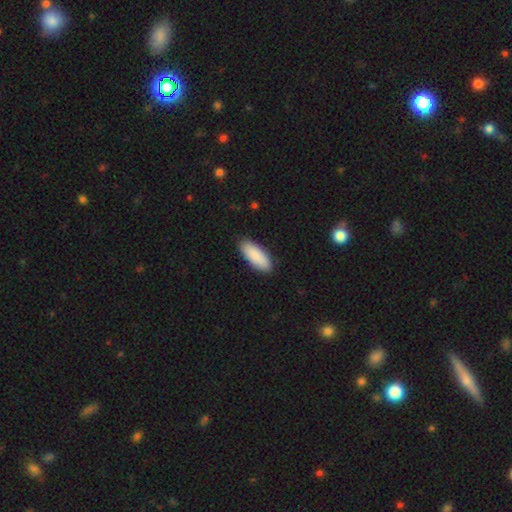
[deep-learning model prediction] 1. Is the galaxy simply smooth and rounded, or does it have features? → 89% smooth, 6% featured or disk, 5% star or artifact.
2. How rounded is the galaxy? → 80% in between, 19% cigar-shaped, 2% round.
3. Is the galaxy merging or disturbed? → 89% none, 9% minor disturbance, 2% major disturbance, 1% merger.